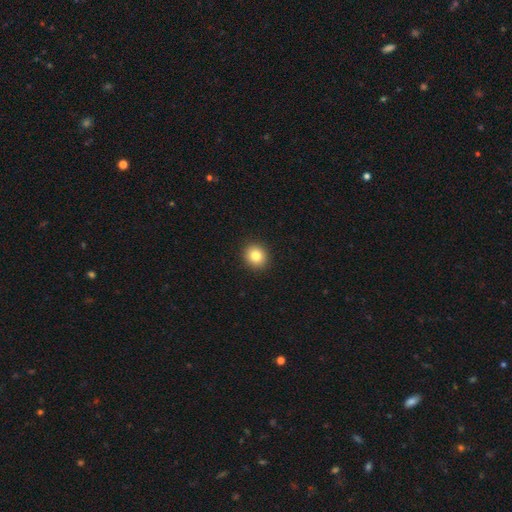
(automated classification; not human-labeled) Smooth or featured: smooth — 83% (star or artifact — 10%)
How rounded: round — 81% (in between — 18%)
Merging: none — 92% (minor disturbance — 5%)